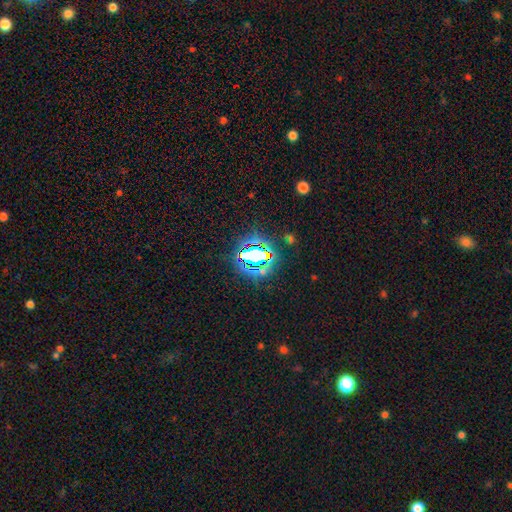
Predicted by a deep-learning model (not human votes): star or artifact 67%, smooth 21%, featured or disk 12%.